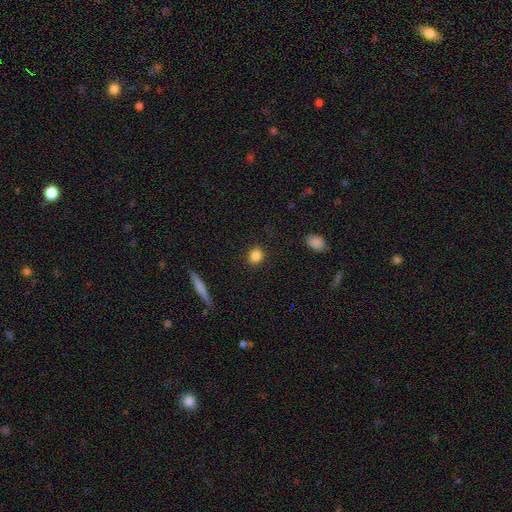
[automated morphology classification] Smooth or featured? Predicted: smooth (p=0.85). How rounded? Predicted: round (p=0.78). Merging? Predicted: none (p=0.89).